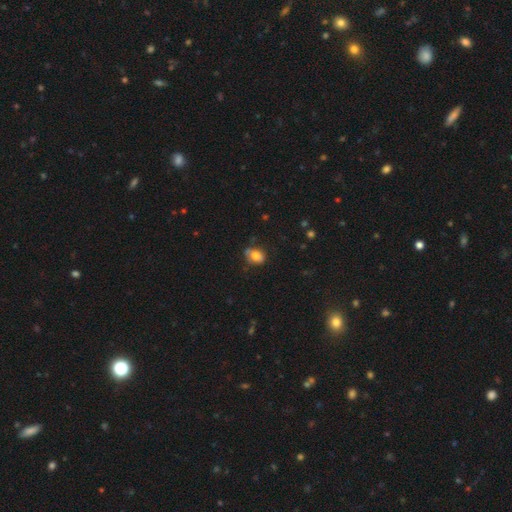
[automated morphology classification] Smooth or featured? smooth (75%)
How rounded? in between (66%)
Merging? none (60%)